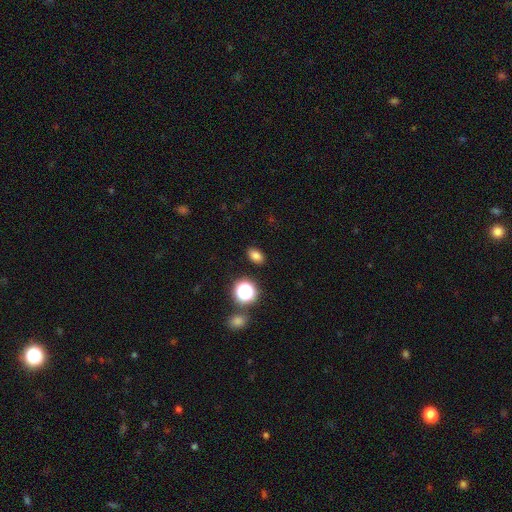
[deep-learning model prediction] smooth-or-featured: smooth: 78% | star or artifact: 16% | featured or disk: 6%
  how-rounded: in between: 77% | round: 21% | cigar-shaped: 1%
  merging: none: 88% | minor disturbance: 8% | major disturbance: 2% | merger: 2%